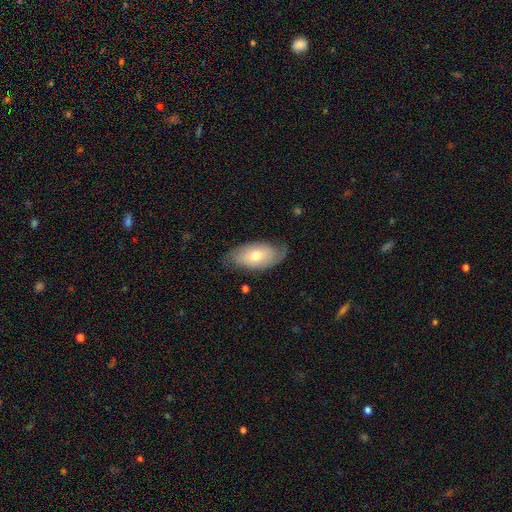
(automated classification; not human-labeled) The model was most divided on "smooth or featured": smooth: 52%, featured or disk: 42%, star or artifact: 6%. More confident: how rounded — in between (92%); merging — none (70%).